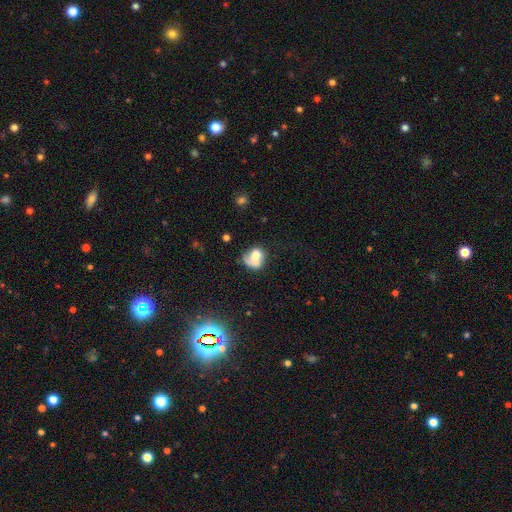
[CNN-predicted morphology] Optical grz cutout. It shows a smooth galaxy with no disk features (55%) that is round (56%). Merging: none (30%).